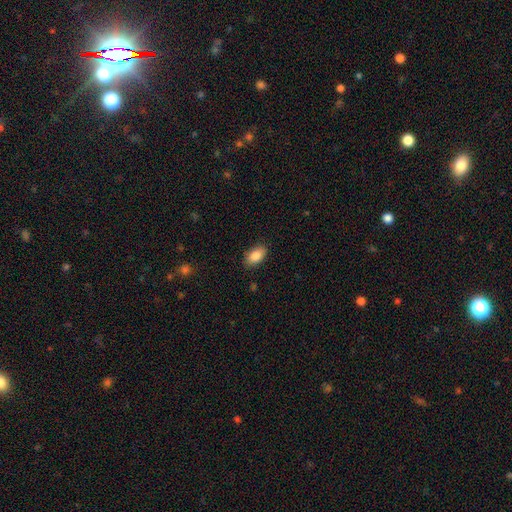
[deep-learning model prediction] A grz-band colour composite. It shows a smooth galaxy with no disk features (87%) that is in between round and cigar-shaped (93%). Merging: none (86%).